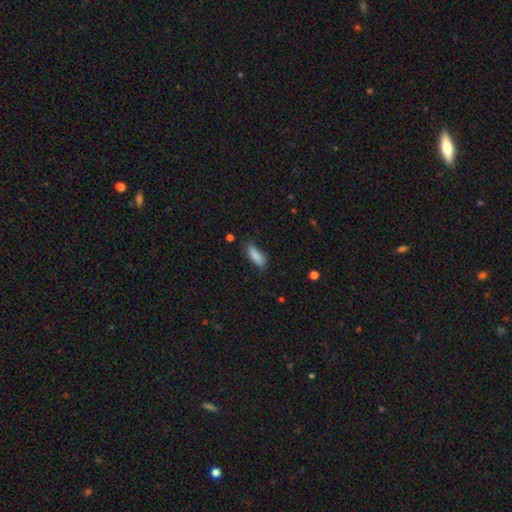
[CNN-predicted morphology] The model was most divided on "how rounded": in between: 55%, cigar-shaped: 43%, round: 2%. More confident: smooth or featured — smooth (86%); merging — none (72%).